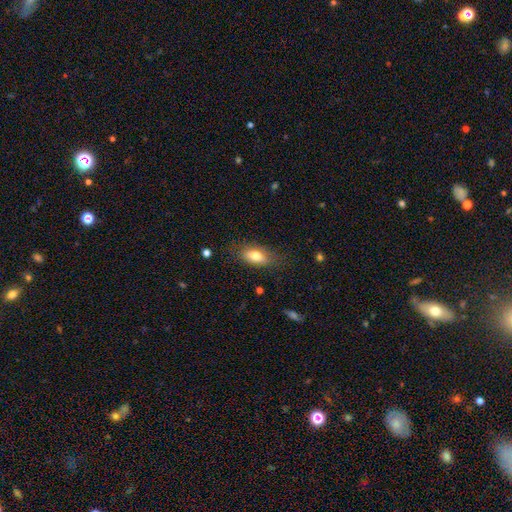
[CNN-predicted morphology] This appears to be a smooth galaxy with no disk features (77%) that is in between round and cigar-shaped (86%). Merging: none (74%).